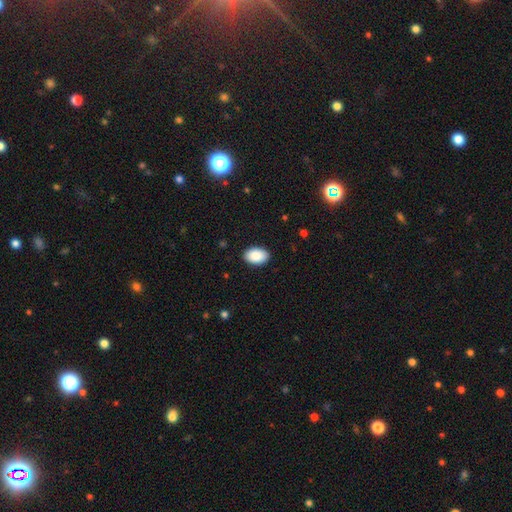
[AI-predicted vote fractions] This appears to be a smooth galaxy with no disk features (90%) that is in between round and cigar-shaped (91%). Merging: none (90%).